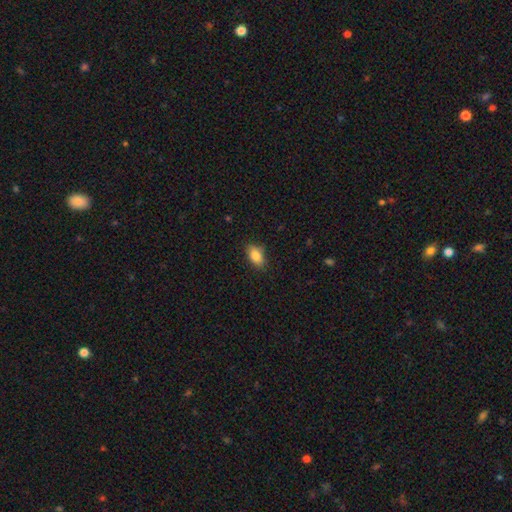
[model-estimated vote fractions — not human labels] This is clearly a smooth galaxy (85%). How rounded: clearly in between (88%). Merging: clearly none (84%).